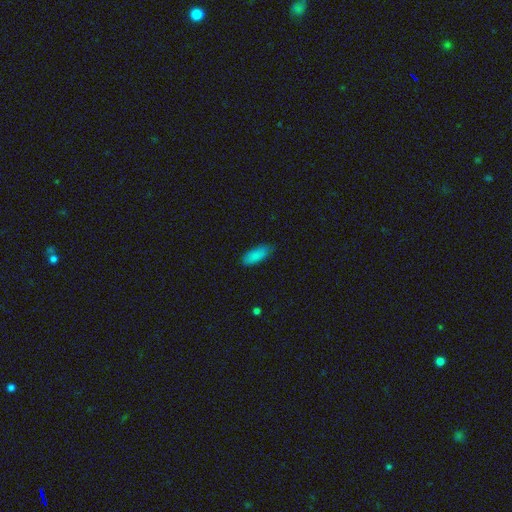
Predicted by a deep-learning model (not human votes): smooth 87%, star or artifact 7%, featured or disk 6%. Down the decision tree: how rounded — in between (75%); merging — none (77%).